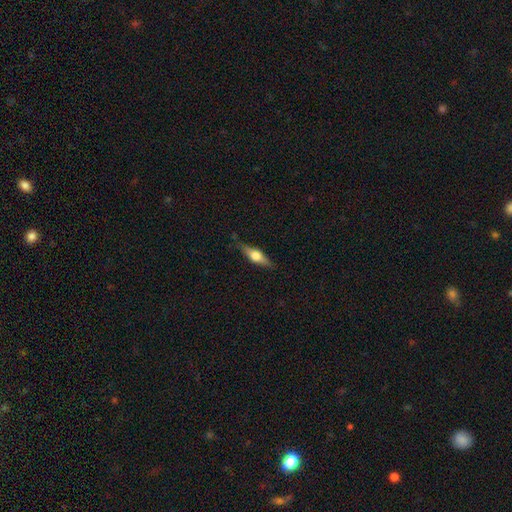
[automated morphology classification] Smooth or featured? Predicted: featured or disk (p=0.58). Edge-on disk? Predicted: yes (p=0.95). Edge-on bulge? Predicted: rounded (p=0.94). Merging? Predicted: none (p=0.84).